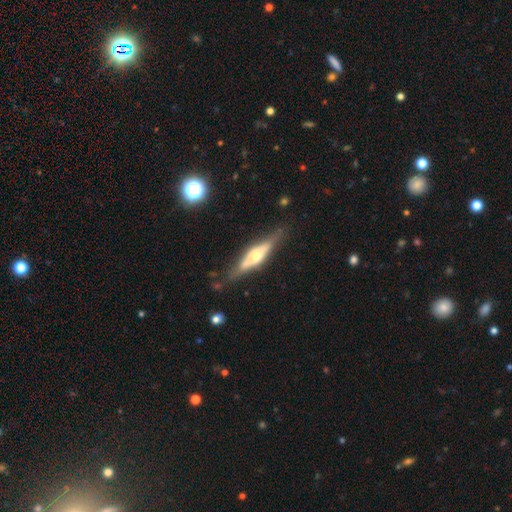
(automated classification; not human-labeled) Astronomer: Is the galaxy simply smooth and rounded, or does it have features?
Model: featured or disk — 66%.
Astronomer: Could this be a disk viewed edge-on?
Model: yes — 91%.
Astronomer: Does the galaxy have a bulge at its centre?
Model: rounded — 80%.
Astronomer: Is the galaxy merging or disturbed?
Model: none — 77%.